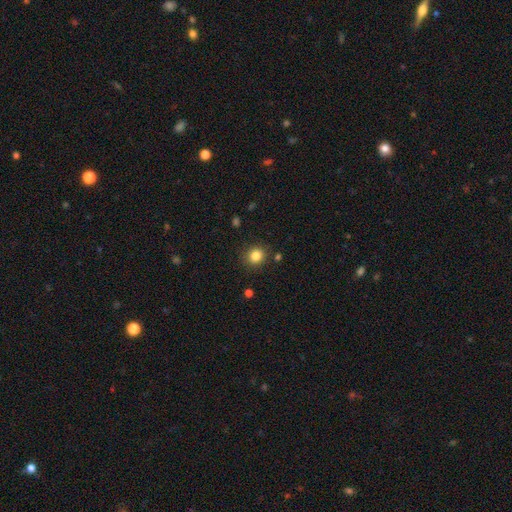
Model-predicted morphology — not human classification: Smooth or featured? Predicted: smooth (p=0.83). How rounded? Predicted: round (p=0.86). Merging? Predicted: none (p=0.87).